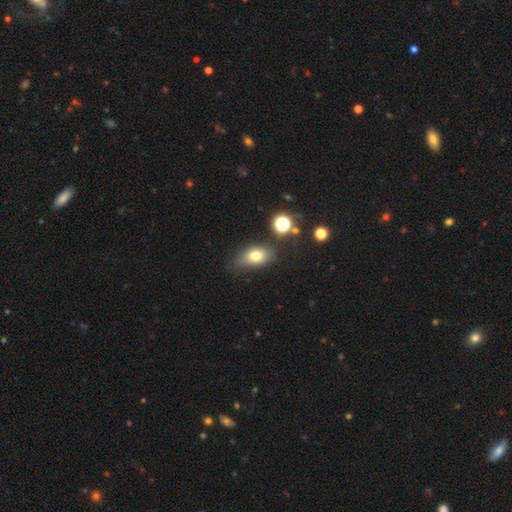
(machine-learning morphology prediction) Smooth or featured? smooth (73%)
How rounded? in between (78%)
Merging? none (63%)